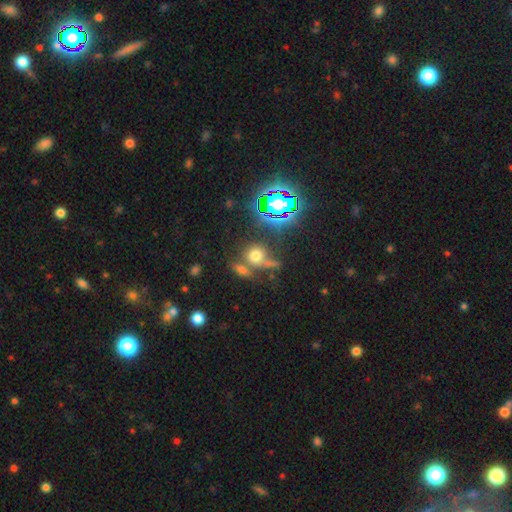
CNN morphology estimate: Smooth or featured? smooth (58%)
How rounded? round (73%)
Merging? none (45%)